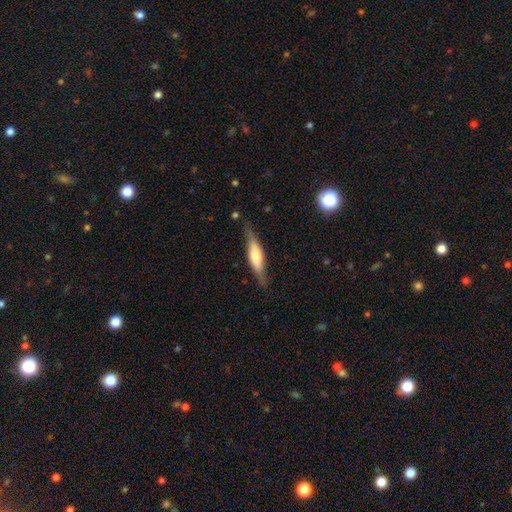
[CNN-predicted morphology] Overall: featured or disk (51%; smooth 43%). Edge-on disk: yes (85%). Merging: none (77%).